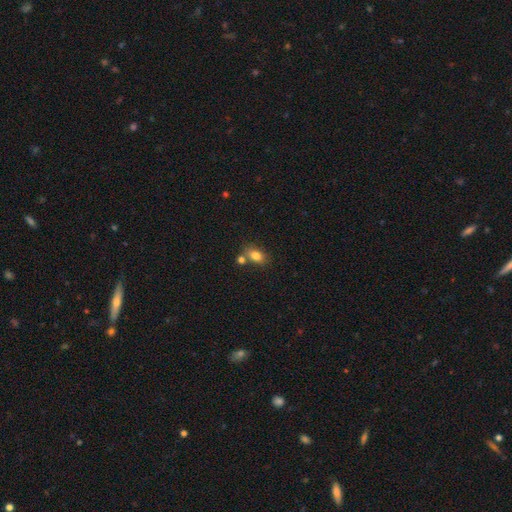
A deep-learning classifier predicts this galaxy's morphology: Q: Smooth or featured?
A: smooth (81%); runner-up: star or artifact (10%)
Q: How rounded?
A: in between (80%); runner-up: round (17%)
Q: Merging?
A: none (60%); runner-up: merger (24%)